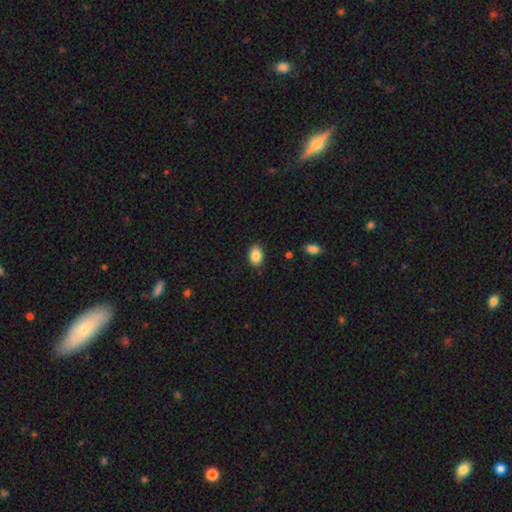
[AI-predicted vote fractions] Morphology: type=smooth (86%); roundness=in between (82%); merging=none (87%).